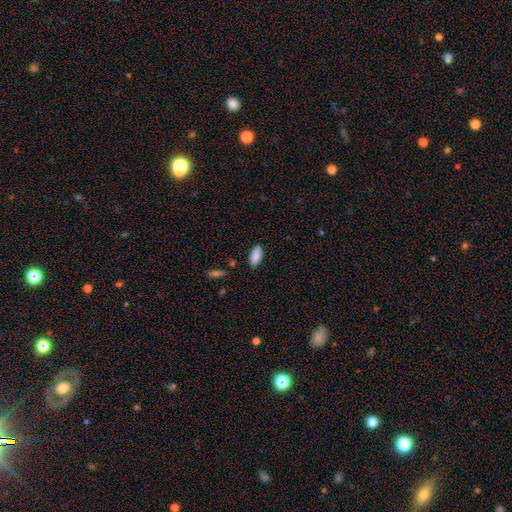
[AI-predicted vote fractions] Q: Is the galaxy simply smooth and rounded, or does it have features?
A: smooth — 89%.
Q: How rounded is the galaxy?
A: in between — 90%.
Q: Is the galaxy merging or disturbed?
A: none — 85%.